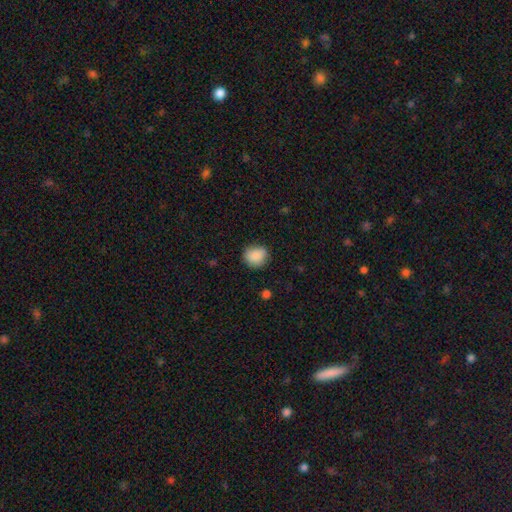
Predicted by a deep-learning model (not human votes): Overall: smooth (88%). How rounded: round (74%). Merging: none (82%).